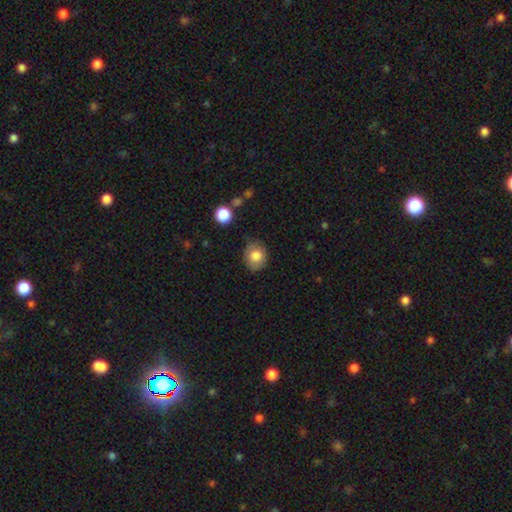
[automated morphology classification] Smooth or featured?
  - smooth: 81% *
  - featured or disk: 11%
  - star or artifact: 9%
How rounded?
  - round: 64% *
  - in between: 36%
  - cigar-shaped: 1%
Merging?
  - none: 76% *
  - minor disturbance: 18%
  - major disturbance: 4%
  - merger: 2%